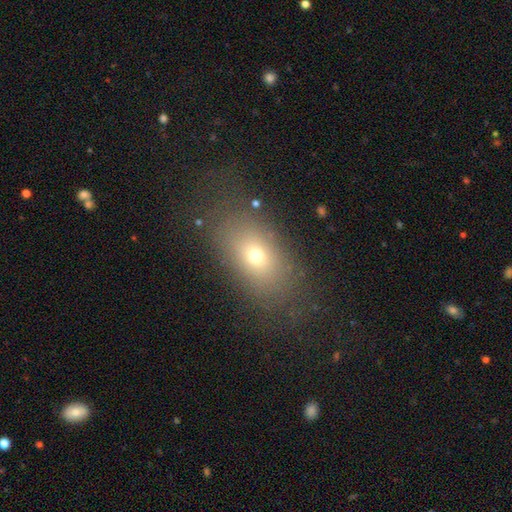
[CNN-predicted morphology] Smooth or featured? smooth (66%)
How rounded? in between (79%)
Merging? none (74%)